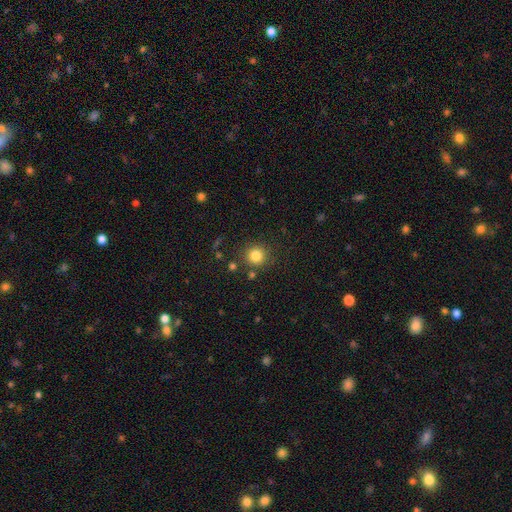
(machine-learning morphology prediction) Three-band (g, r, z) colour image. It shows a smooth galaxy with no disk features (83%) that is round (93%). Merging: none (85%).